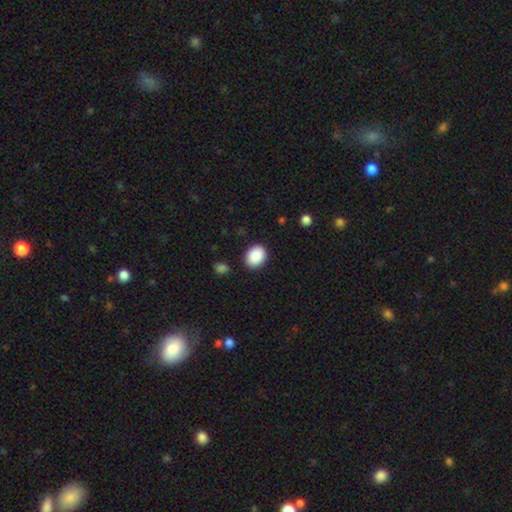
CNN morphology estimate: smooth 90%, star or artifact 7%, featured or disk 3%. Down the decision tree: how rounded — in between (60%); merging — none (86%).